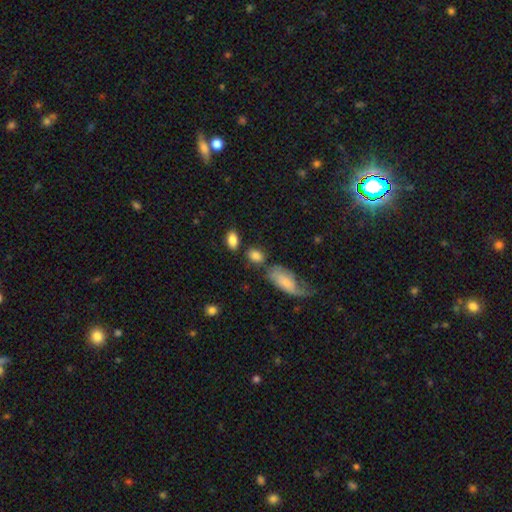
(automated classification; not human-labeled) Morphology: type=smooth (82%); roundness=in between (85%); merging=none (65%).